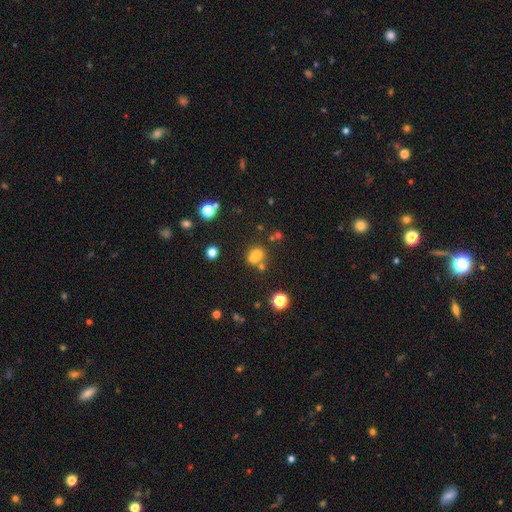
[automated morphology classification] Overall: smooth (62%). How rounded: round (73%). Merging: merger (48%; none 39%).